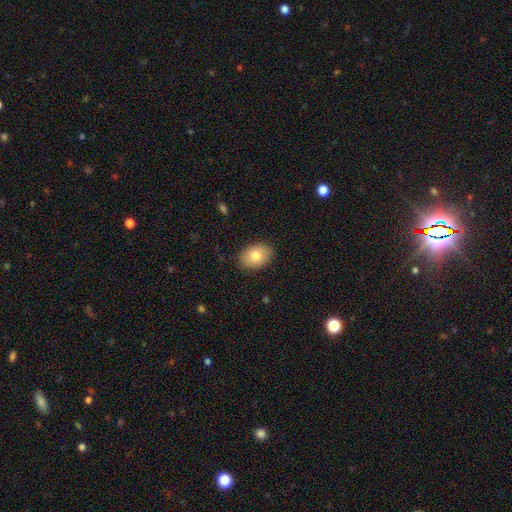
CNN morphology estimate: This is likely a smooth galaxy (79%). How rounded: likely in between (75%). Merging: clearly none (88%).